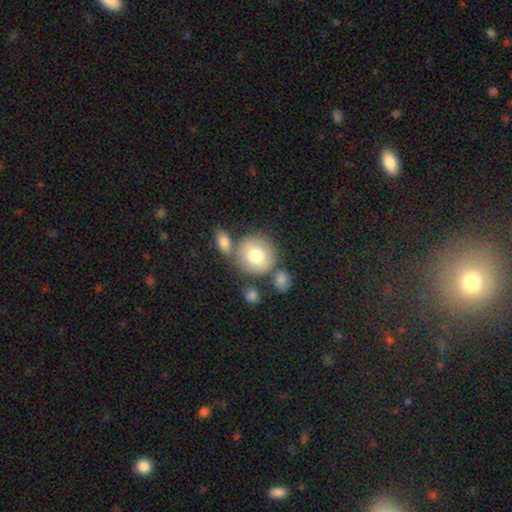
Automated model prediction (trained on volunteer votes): Q: Smooth or featured?
A: smooth (74%); runner-up: featured or disk (19%)
Q: How rounded?
A: round (87%); runner-up: in between (12%)
Q: Merging?
A: none (61%); runner-up: merger (20%)